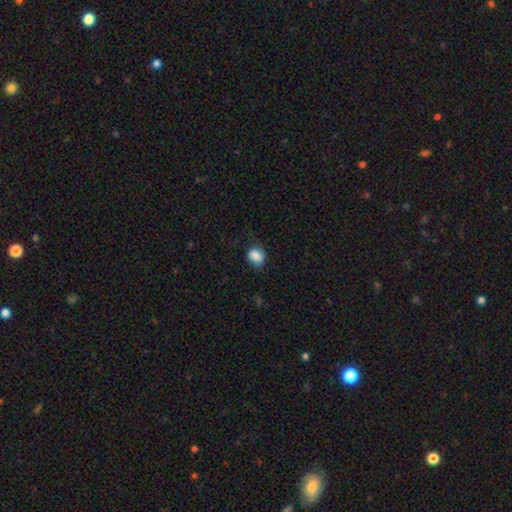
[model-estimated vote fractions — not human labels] A smooth galaxy with no disk features (86%) that is round (56%).

Vote fractions:
- Smooth or featured? smooth: 86% / star or artifact: 8% / featured or disk: 6%
- How rounded? round: 56% / in between: 43% / cigar-shaped: 1%
- Merging? none: 75% / minor disturbance: 19% / major disturbance: 5% / merger: 1%